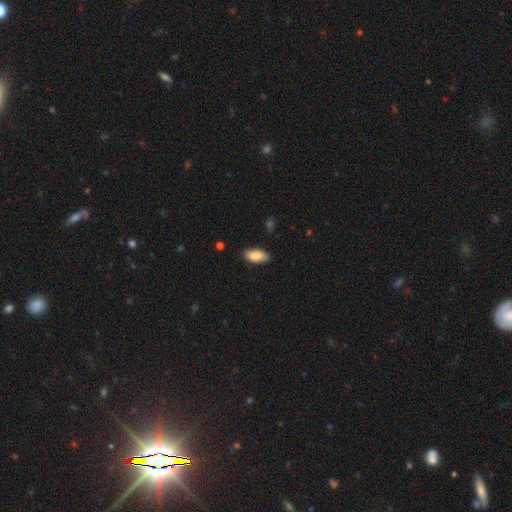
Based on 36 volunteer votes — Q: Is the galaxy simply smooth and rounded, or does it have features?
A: smooth — 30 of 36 (83%).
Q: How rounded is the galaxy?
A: in between — 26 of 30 (87%).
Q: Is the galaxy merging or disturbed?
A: none — 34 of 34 (100%).